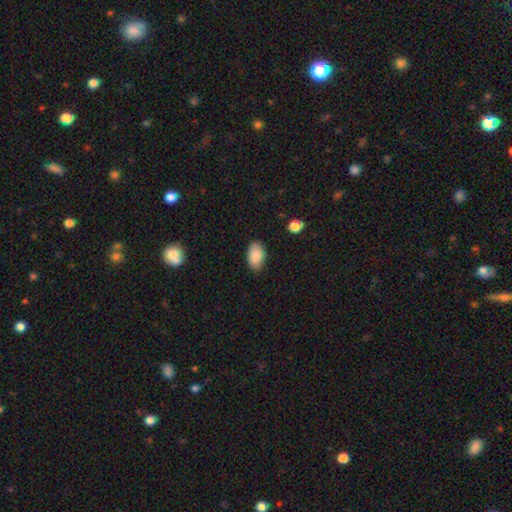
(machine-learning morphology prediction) Smooth or featured? smooth (88%)
How rounded? in between (93%)
Merging? none (84%)